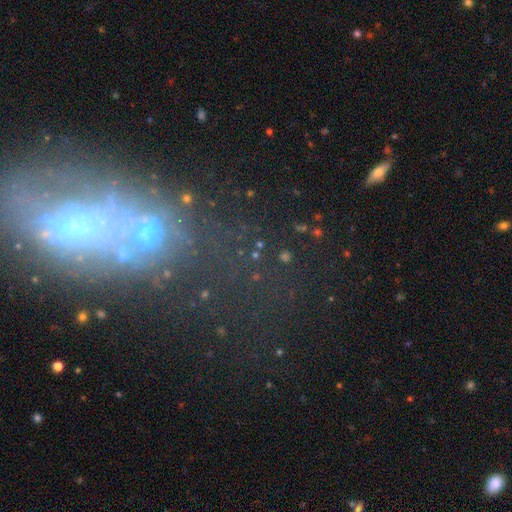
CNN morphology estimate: Q: Smooth or featured?
A: star or artifact (50%); runner-up: smooth (32%)